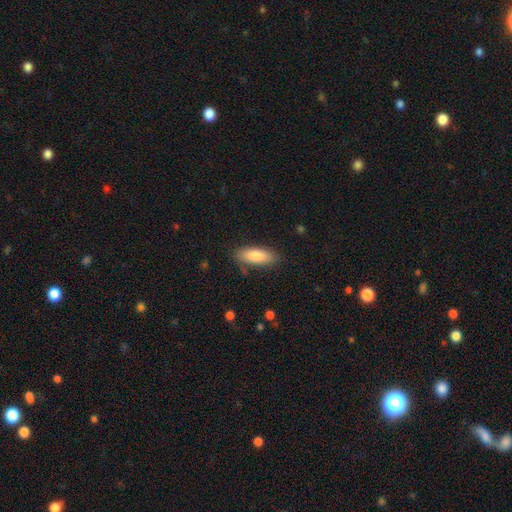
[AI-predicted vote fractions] Smooth or featured?
  - smooth: 83% *
  - featured or disk: 10%
  - star or artifact: 6%
How rounded?
  - in between: 70% *
  - cigar-shaped: 28%
  - round: 2%
Merging?
  - none: 83% *
  - minor disturbance: 12%
  - major disturbance: 3%
  - merger: 2%